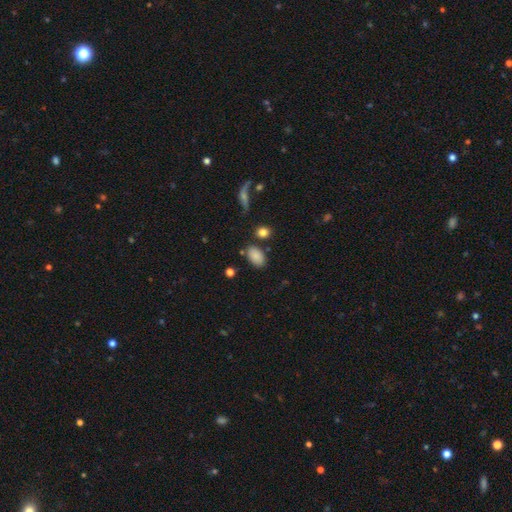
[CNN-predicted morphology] A smooth galaxy with no disk features (85%) that is in between round and cigar-shaped (91%). Merging: none (77%).